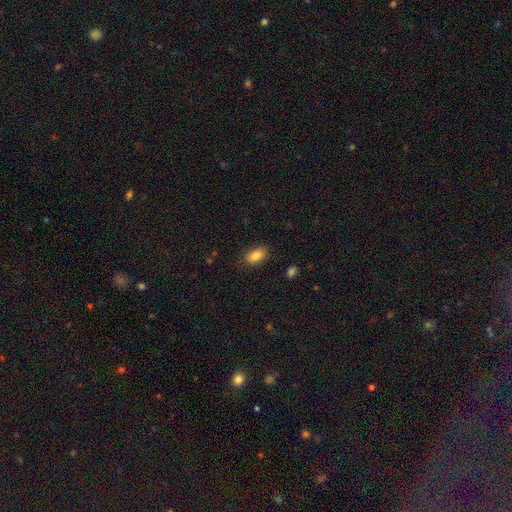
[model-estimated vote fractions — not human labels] This is clearly a smooth galaxy (86%). How rounded: clearly in between (91%). Merging: clearly none (85%).